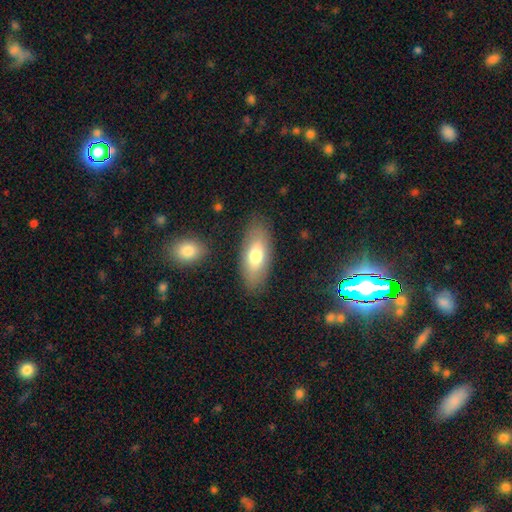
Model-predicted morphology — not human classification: Q: Smooth or featured?
A: smooth (70%); runner-up: featured or disk (23%)
Q: How rounded?
A: in between (84%); runner-up: cigar-shaped (13%)
Q: Merging?
A: none (83%); runner-up: minor disturbance (12%)